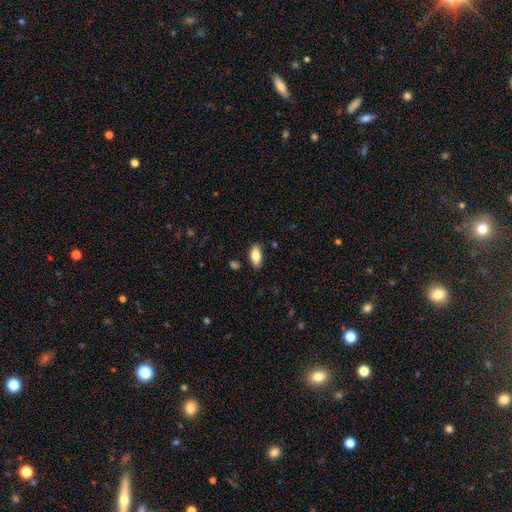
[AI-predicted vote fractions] A smooth galaxy with no disk features (83%) that is in between round and cigar-shaped (89%). Merging: none (85%).